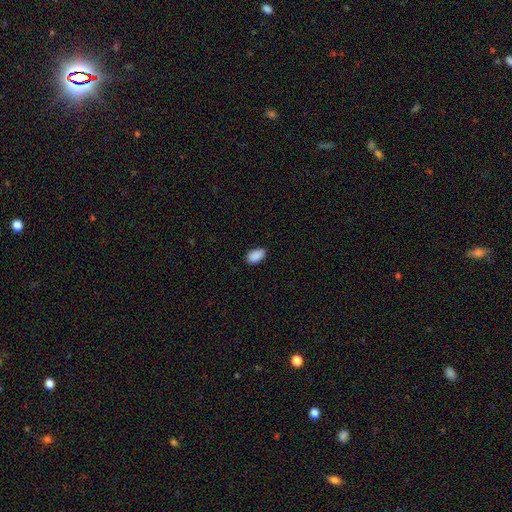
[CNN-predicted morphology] This is clearly a smooth galaxy (90%). How rounded: clearly in between (93%). Merging: clearly none (84%).